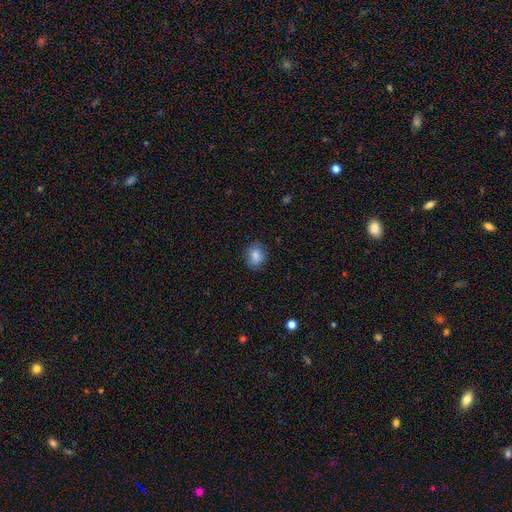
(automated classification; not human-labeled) Q: Smooth or featured?
A: smooth (83%); runner-up: featured or disk (9%)
Q: How rounded?
A: round (57%); runner-up: in between (42%)
Q: Merging?
A: none (82%); runner-up: minor disturbance (13%)